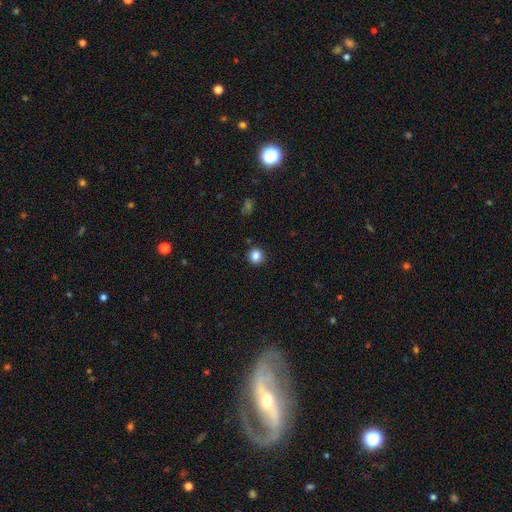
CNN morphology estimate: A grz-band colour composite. It shows a smooth galaxy with no disk features (85%) that is round (94%). Merging: none (92%).